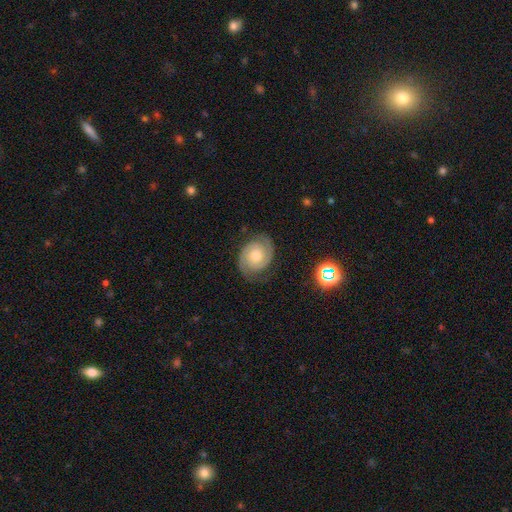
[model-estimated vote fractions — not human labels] Smooth or featured? featured or disk (86%)
Edge-on disk? no (98%)
Bar? no (75%)
Spiral arms? yes (98%)
Spiral winding? tight (62%)
Spiral arm count? 2 (91%)
Bulge size? moderate (65%)
Merging? none (83%)